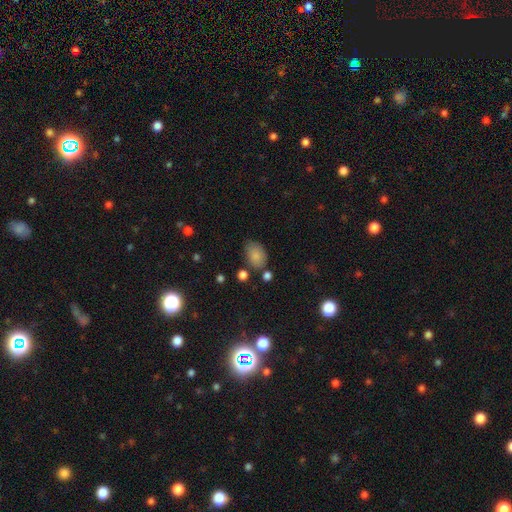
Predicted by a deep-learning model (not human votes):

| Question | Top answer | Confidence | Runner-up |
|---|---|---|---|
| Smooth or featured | smooth | 84% | star or artifact (9%) |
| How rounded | in between | 82% | round (17%) |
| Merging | none | 62% | minor disturbance (25%) |